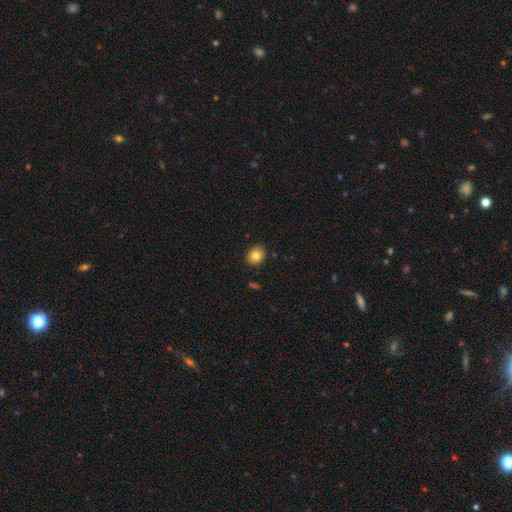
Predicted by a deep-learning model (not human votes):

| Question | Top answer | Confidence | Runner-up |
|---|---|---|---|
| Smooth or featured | smooth | 80% | featured or disk (10%) |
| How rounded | round | 68% | in between (31%) |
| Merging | none | 88% | minor disturbance (9%) |